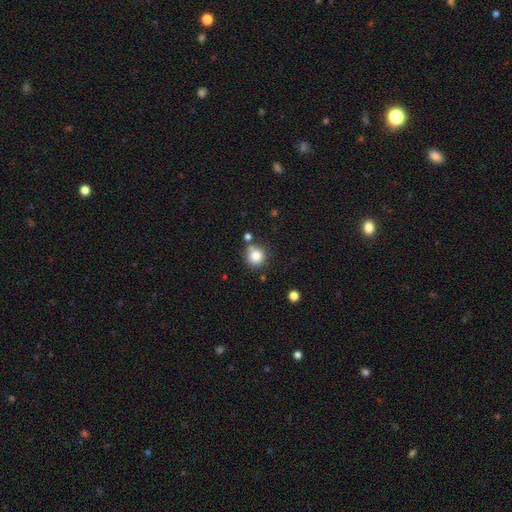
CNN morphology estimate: This appears to be a smooth galaxy with no disk features (82%) that is round (90%). Merging: none (72%).